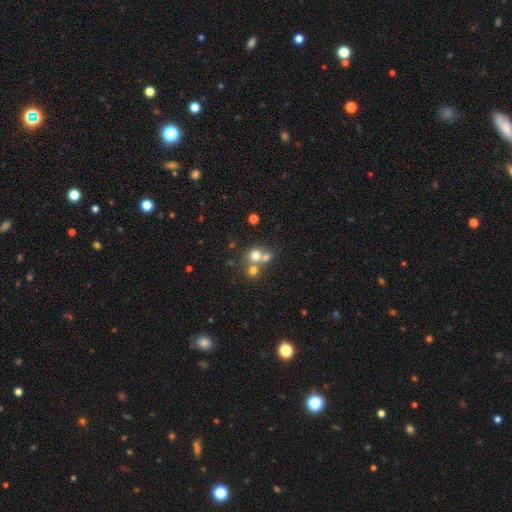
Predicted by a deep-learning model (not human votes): This is likely a smooth galaxy (67%). How rounded: clearly round (83%). Merging: possibly merger (50%).